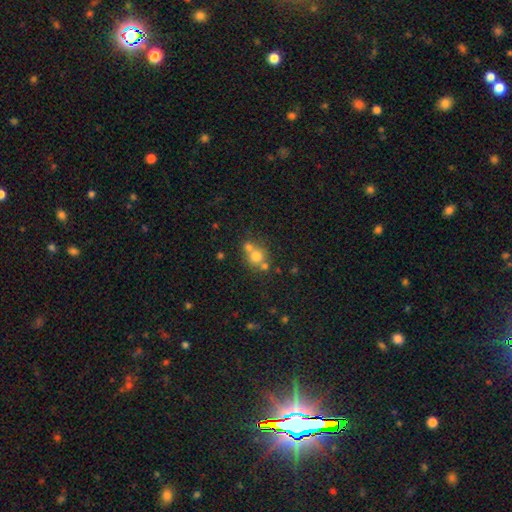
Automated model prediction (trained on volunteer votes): This is likely a smooth galaxy (69%). How rounded: clearly round (84%). Merging: possibly none (46%).